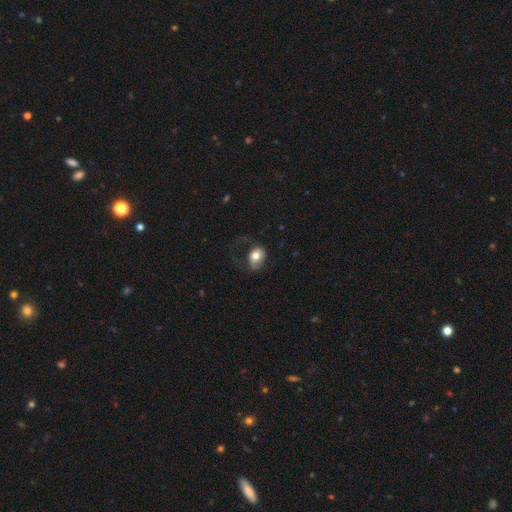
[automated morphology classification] type=smooth (73%); roundness=in between (63%); merging=none (38%).